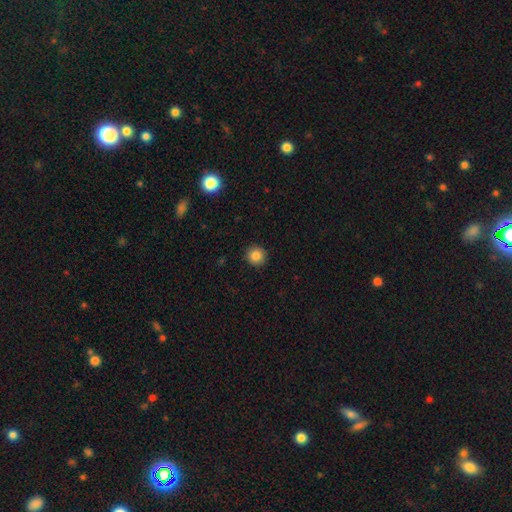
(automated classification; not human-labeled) Smooth or featured?
  - smooth: 85% *
  - star or artifact: 10%
  - featured or disk: 5%
How rounded?
  - round: 94% *
  - in between: 5%
  - cigar-shaped: 1%
Merging?
  - none: 92% *
  - minor disturbance: 5%
  - major disturbance: 2%
  - merger: 1%